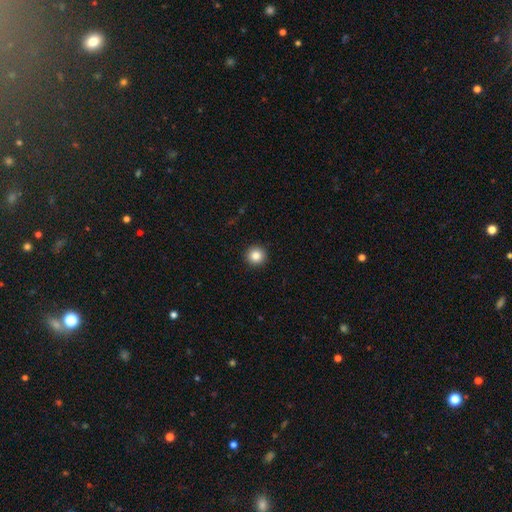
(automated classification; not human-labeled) Smooth or featured? Predicted: smooth (p=0.85). How rounded? Predicted: round (p=0.96). Merging? Predicted: none (p=0.93).